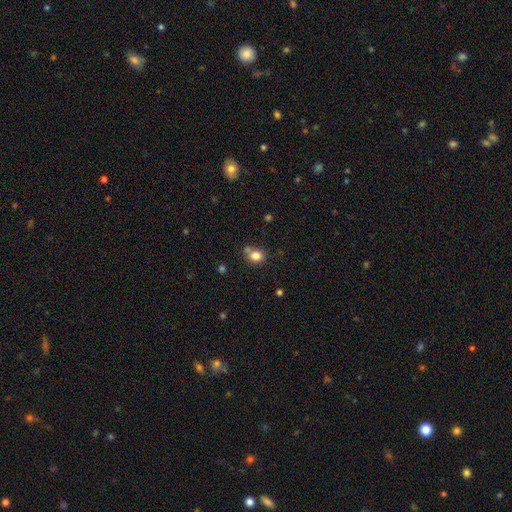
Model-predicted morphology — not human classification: A smooth galaxy with no disk features (81%) that is round (68%). Merging: none (60%).